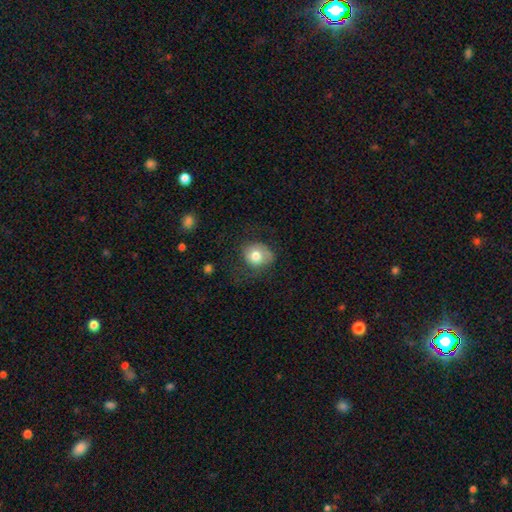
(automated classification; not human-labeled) smooth 74%, featured or disk 18%, star or artifact 8%. Down the decision tree: how rounded — round (64%); merging — none (53%).